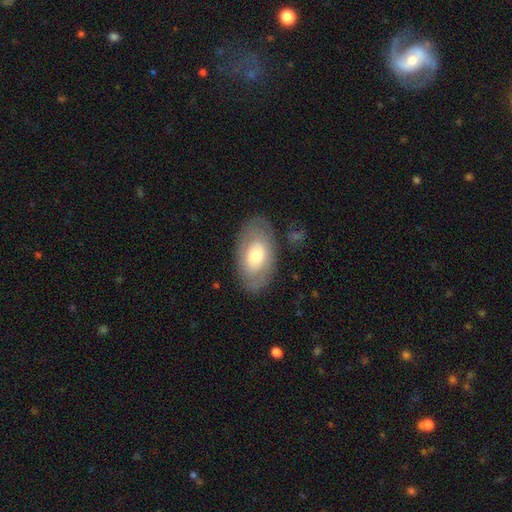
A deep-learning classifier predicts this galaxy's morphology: Smooth or featured? smooth (56%)
How rounded? in between (92%)
Merging? none (80%)